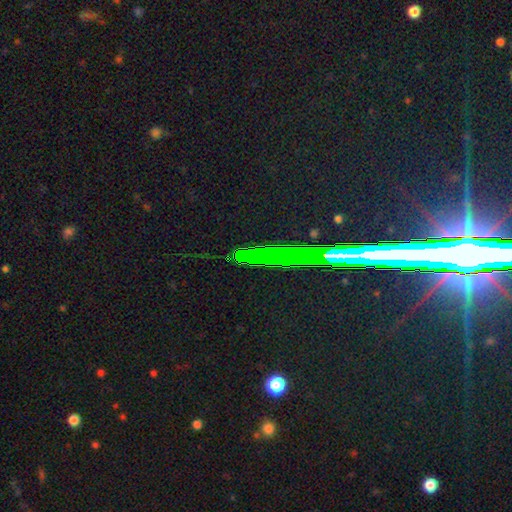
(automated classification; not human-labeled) Overall: star or artifact (70%).